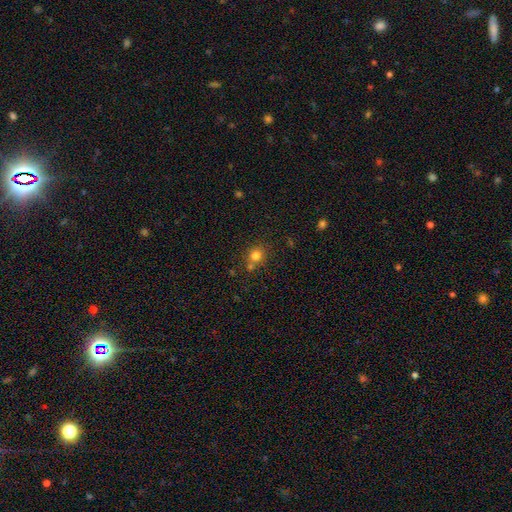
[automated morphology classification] smooth-or-featured: smooth: 79% | star or artifact: 14% | featured or disk: 7%
  how-rounded: round: 84% | in between: 15% | cigar-shaped: 1%
  merging: none: 68% | merger: 18% | minor disturbance: 11% | major disturbance: 3%